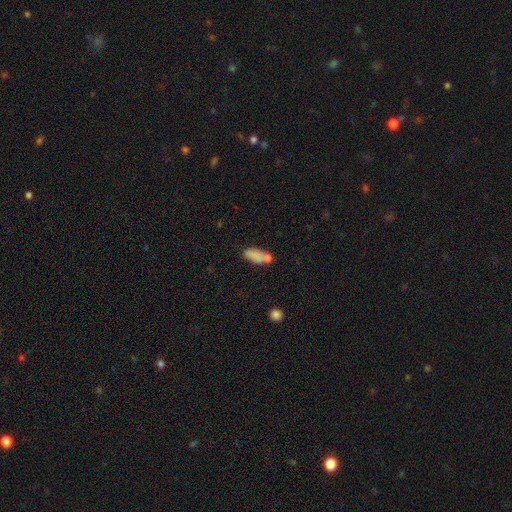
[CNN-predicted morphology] smooth 76%, featured or disk 14%, star or artifact 9%. Down the decision tree: how rounded — in between (74%); merging — none (45%).